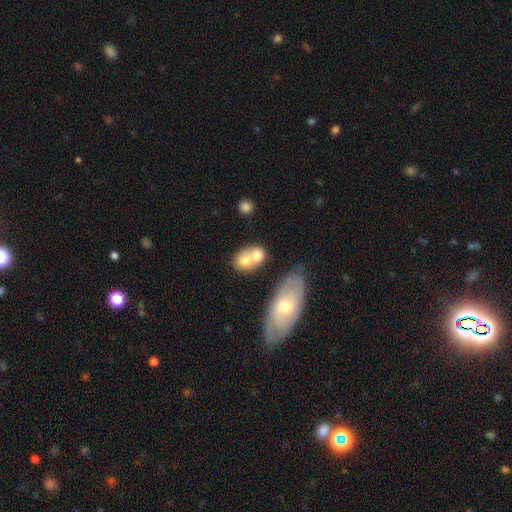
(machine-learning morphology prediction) Smooth or featured: smooth — 67% (featured or disk — 25%)
How rounded: in between — 59% (round — 39%)
Merging: merger — 63% (none — 22%)